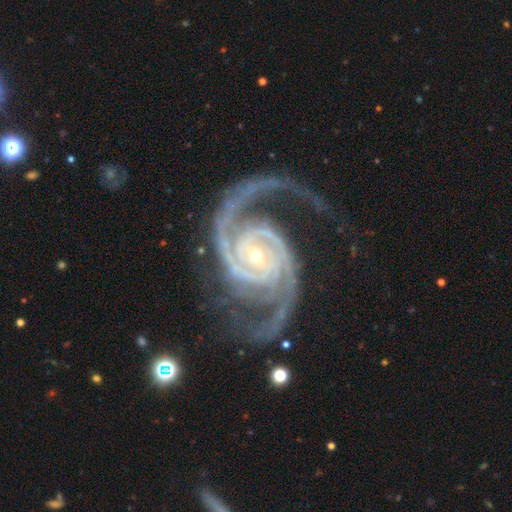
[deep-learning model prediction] Overall: featured or disk (94%). Edge-on disk: no (98%). Bar: no (59%; weak 25%). Spiral arms: yes (99%). Spiral arm count: 2 (71%). Spiral winding: medium (49%; tight 41%). Bulge size: small (72%). Merging: none (64%).